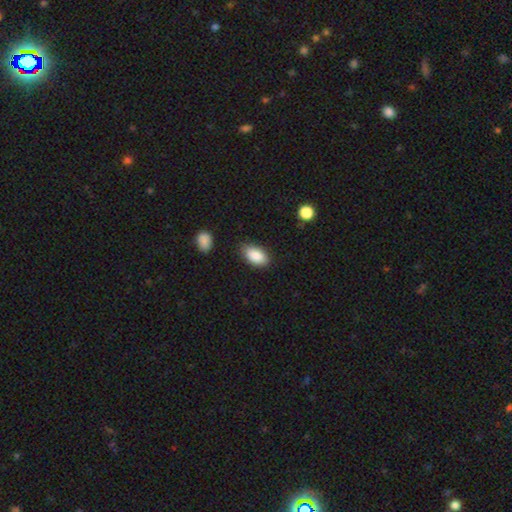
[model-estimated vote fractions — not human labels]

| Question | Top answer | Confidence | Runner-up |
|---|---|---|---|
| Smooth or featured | smooth | 87% | star or artifact (7%) |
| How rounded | in between | 93% | round (5%) |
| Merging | none | 77% | minor disturbance (17%) |